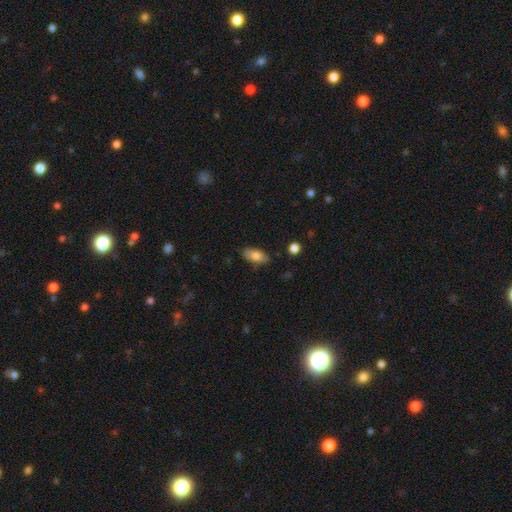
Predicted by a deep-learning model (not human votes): Smooth or featured? smooth (79%)
How rounded? in between (88%)
Merging? none (83%)